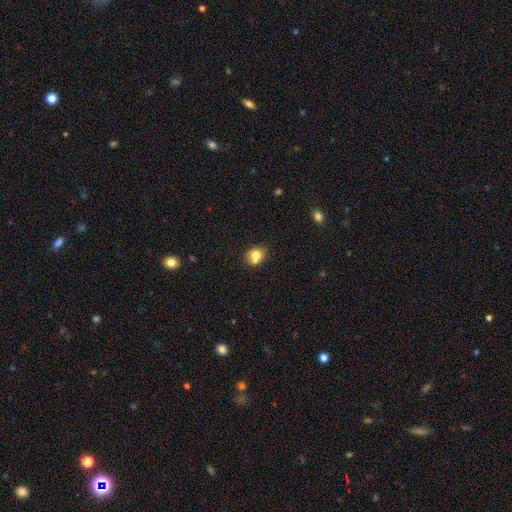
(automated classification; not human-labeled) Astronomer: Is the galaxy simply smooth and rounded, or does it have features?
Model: smooth — 76%.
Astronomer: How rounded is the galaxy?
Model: round — 69%.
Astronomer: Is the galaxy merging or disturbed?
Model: none — 50% (runner-up: merger, 32%).